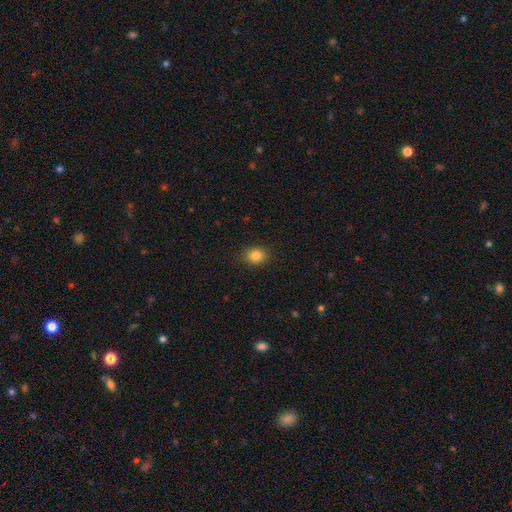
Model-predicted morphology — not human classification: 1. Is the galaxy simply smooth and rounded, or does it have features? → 83% smooth, 11% star or artifact, 6% featured or disk.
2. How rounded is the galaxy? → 68% round, 31% in between, 1% cigar-shaped.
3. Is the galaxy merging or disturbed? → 89% none, 8% minor disturbance, 2% major disturbance, 1% merger.